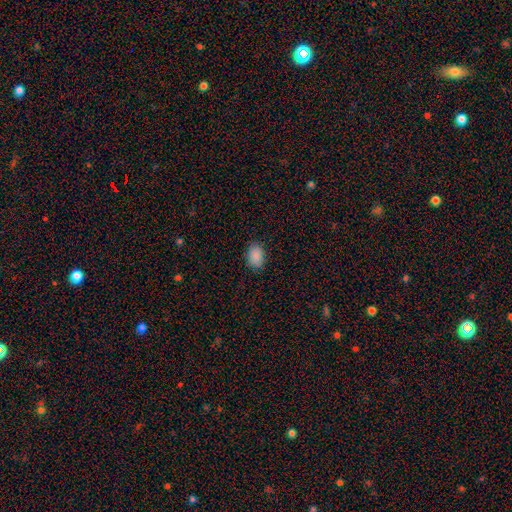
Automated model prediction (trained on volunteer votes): The model was most divided on "how rounded": in between: 80%, round: 19%, cigar-shaped: 1%. More confident: smooth or featured — smooth (89%); merging — none (86%).